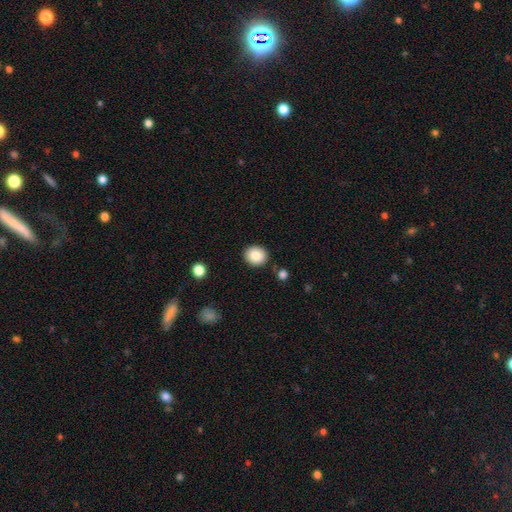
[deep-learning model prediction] smooth_or_featured: smooth (p=0.85) [alt: star or artifact p=0.09]
how_rounded: round (p=0.75) [alt: in between p=0.24]
merging: none (p=0.87) [alt: minor disturbance p=0.08]